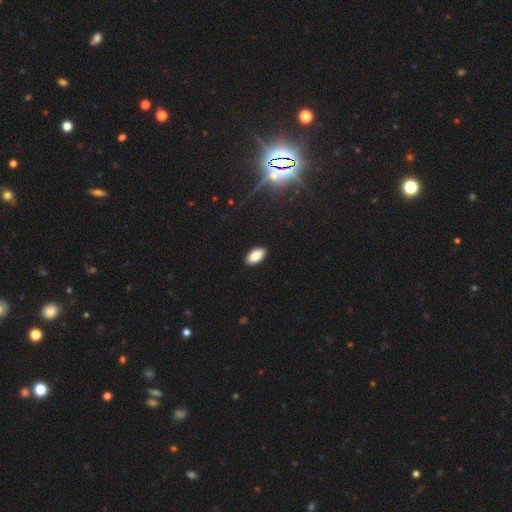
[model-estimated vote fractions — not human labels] smooth 84%, featured or disk 8%, star or artifact 8%. Down the decision tree: how rounded — in between (94%); merging — none (90%).